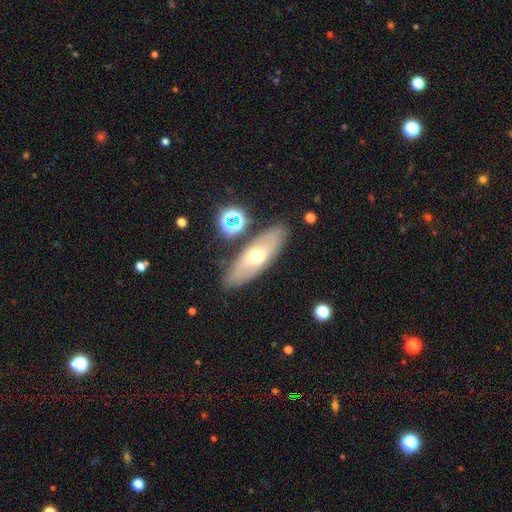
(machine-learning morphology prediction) The model was most divided on "smooth or featured": featured or disk: 49%, smooth: 42%, star or artifact: 9%. More confident: merging — none (82%).